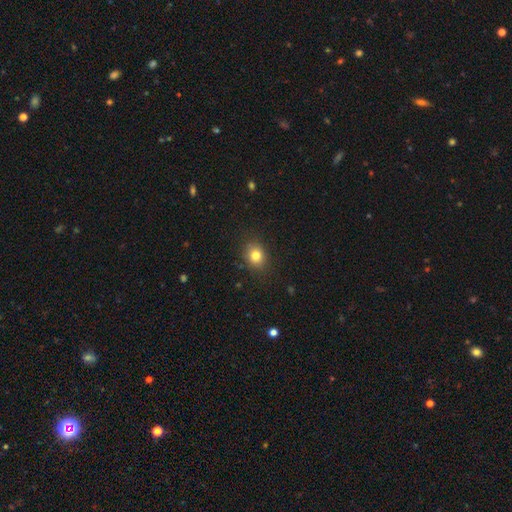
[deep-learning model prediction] Smooth or featured? Predicted: smooth (p=0.80). How rounded? Predicted: round (p=0.62). Merging? Predicted: none (p=0.86).